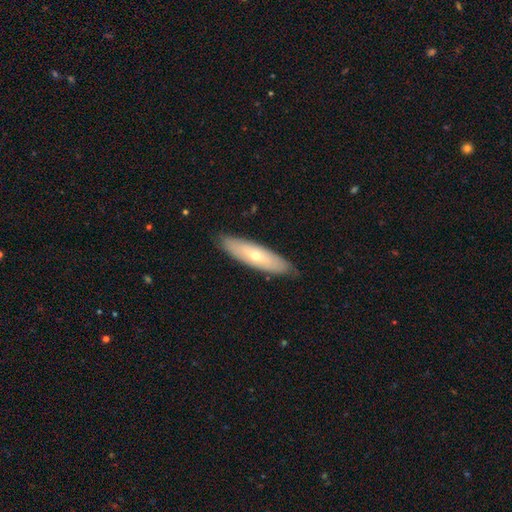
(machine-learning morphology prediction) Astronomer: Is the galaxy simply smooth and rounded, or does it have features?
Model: smooth — 51% (runner-up: featured or disk, 43%).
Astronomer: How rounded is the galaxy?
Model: cigar-shaped — 61% (runner-up: in between, 37%).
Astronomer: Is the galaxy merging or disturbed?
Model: none — 85%.